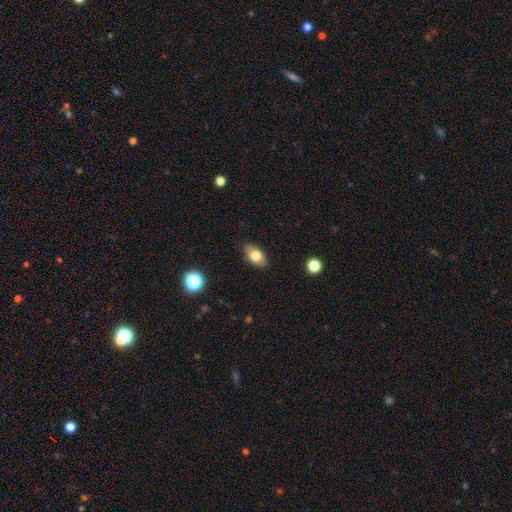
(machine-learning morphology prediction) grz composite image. It shows a smooth galaxy with no disk features (79%) that is in between round and cigar-shaped (89%). Merging: none (86%).